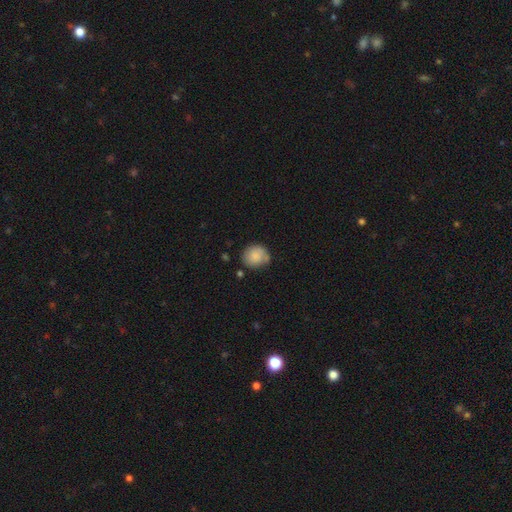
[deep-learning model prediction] smooth-or-featured: smooth: 82% | featured or disk: 10% | star or artifact: 8%
  how-rounded: round: 79% | in between: 20% | cigar-shaped: 1%
  merging: none: 66% | minor disturbance: 21% | merger: 8% | major disturbance: 5%